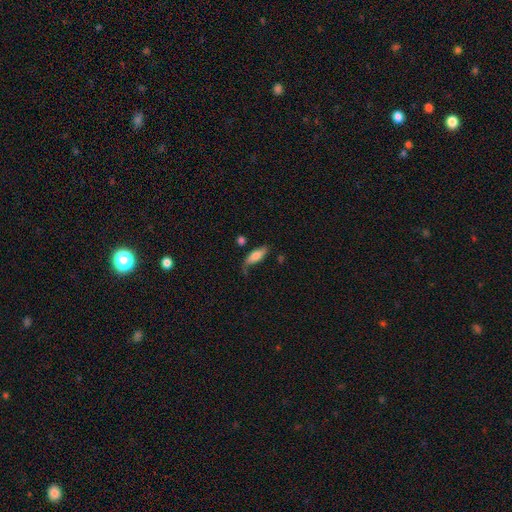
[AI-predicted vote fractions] This appears to be a smooth galaxy with no disk features (68%) that is in between round and cigar-shaped (66%). Merging: none (58%).